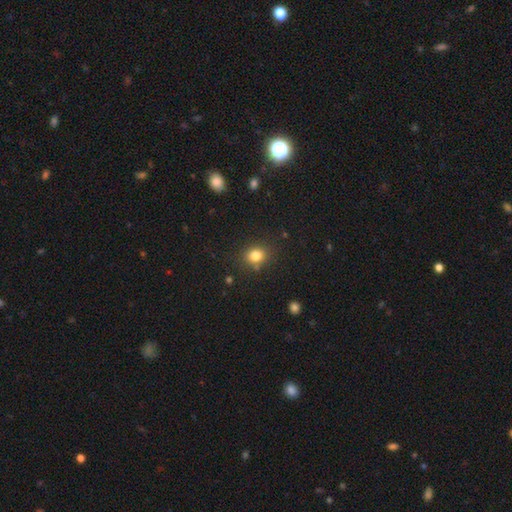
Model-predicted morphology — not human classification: smooth 81%, star or artifact 12%, featured or disk 6%. Down the decision tree: how rounded — round (62%); merging — none (80%).